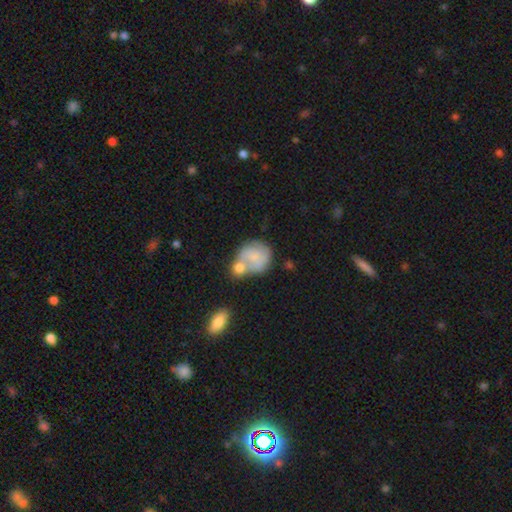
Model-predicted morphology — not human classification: Smooth or featured? smooth (61%)
How rounded? round (74%)
Merging? merger (48%)